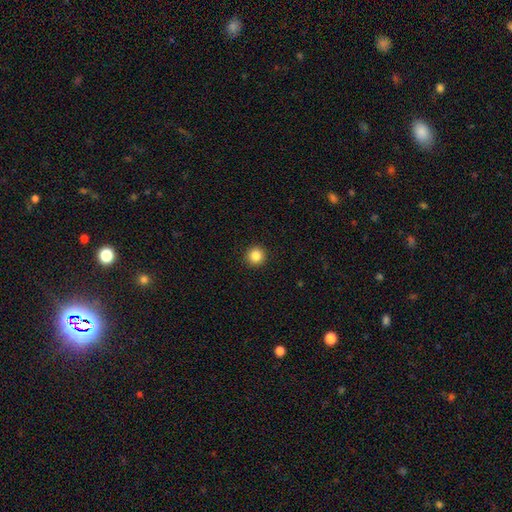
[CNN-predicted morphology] This appears to be a smooth galaxy with no disk features (86%) that is round (96%). Merging: none (93%).